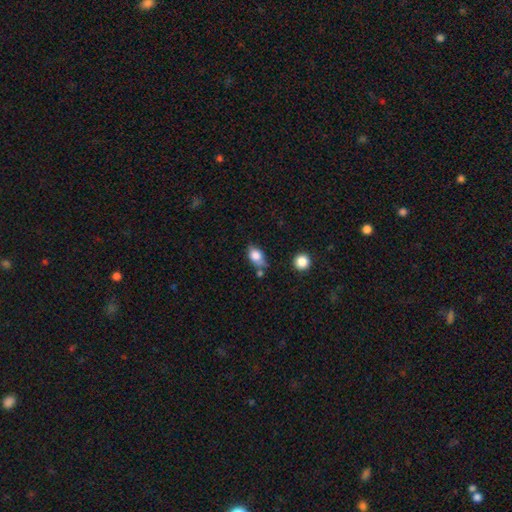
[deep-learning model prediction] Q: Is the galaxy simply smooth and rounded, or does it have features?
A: smooth — 80%.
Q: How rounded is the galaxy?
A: in between — 78%.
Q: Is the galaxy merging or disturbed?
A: none — 52%.